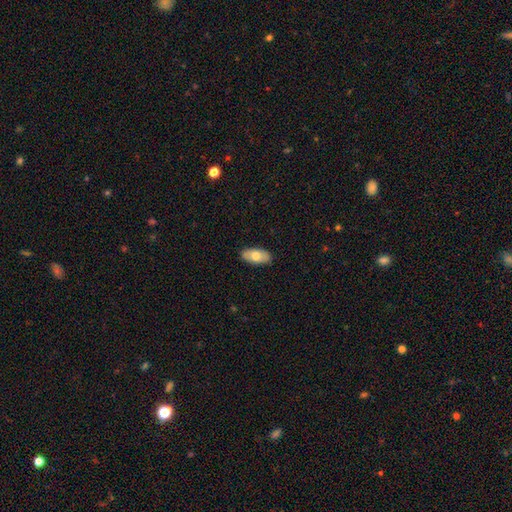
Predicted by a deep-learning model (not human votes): Smooth or featured: smooth — 71% (featured or disk — 23%)
How rounded: in between — 93% (cigar-shaped — 5%)
Merging: none — 88% (minor disturbance — 10%)